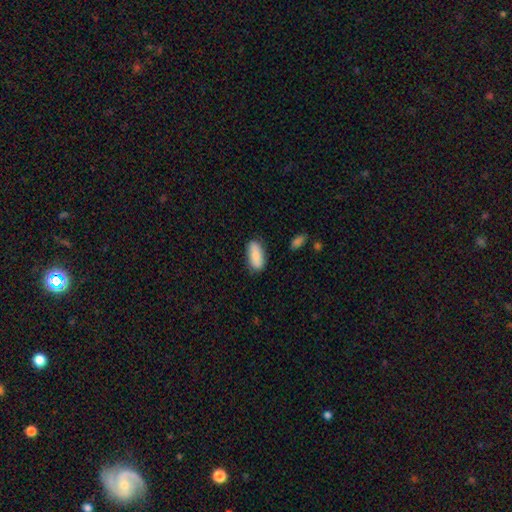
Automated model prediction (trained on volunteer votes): smooth_or_featured: smooth (p=0.80) [alt: featured or disk p=0.14]
how_rounded: in between (p=0.86) [alt: cigar-shaped p=0.12]
merging: none (p=0.81) [alt: minor disturbance p=0.15]